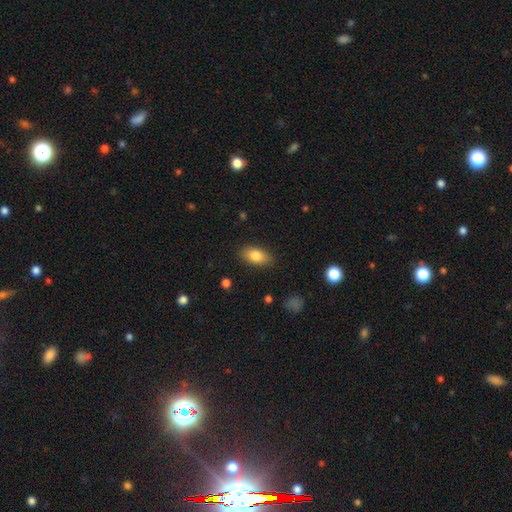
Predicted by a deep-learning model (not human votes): smooth_or_featured: smooth (p=0.82) [alt: featured or disk p=0.11]
how_rounded: in between (p=0.90) [alt: round p=0.06]
merging: none (p=0.85) [alt: minor disturbance p=0.11]